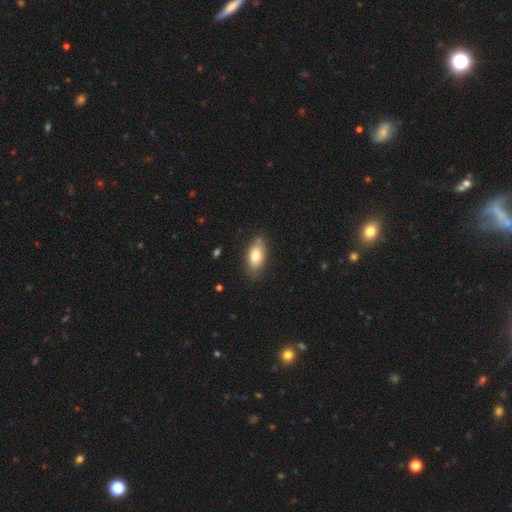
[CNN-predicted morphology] smooth-or-featured: smooth: 75% | featured or disk: 18% | star or artifact: 7%
  how-rounded: in between: 90% | cigar-shaped: 6% | round: 4%
  merging: none: 78% | minor disturbance: 17% | major disturbance: 3% | merger: 2%